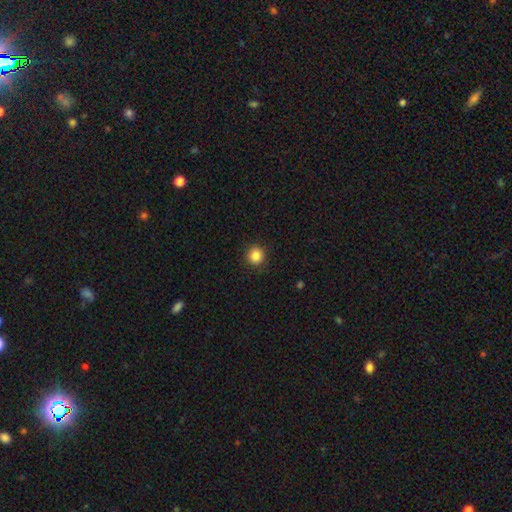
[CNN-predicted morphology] smooth 85%, star or artifact 11%, featured or disk 4%. Down the decision tree: how rounded — round (93%); merging — none (91%).